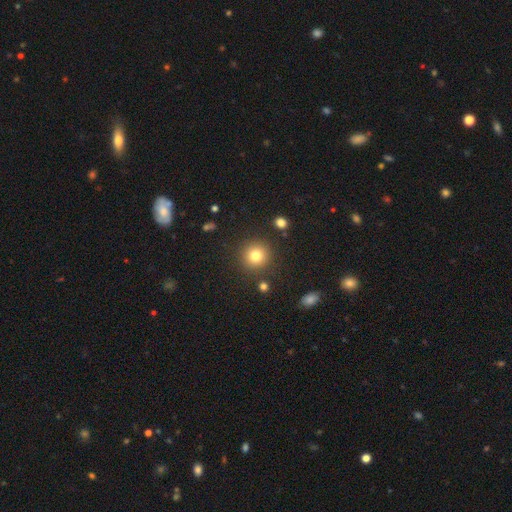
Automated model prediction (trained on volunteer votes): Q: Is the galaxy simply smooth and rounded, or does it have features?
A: smooth — 81%.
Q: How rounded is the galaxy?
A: round — 94%.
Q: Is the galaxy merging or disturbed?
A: none — 88%.